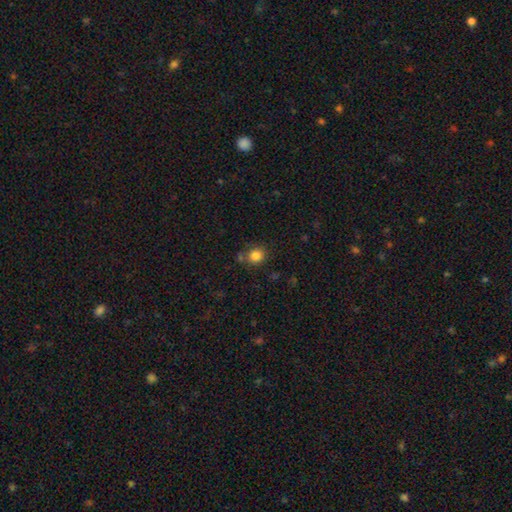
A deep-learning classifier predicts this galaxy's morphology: Overall: smooth (83%). How rounded: round (83%). Merging: none (74%).